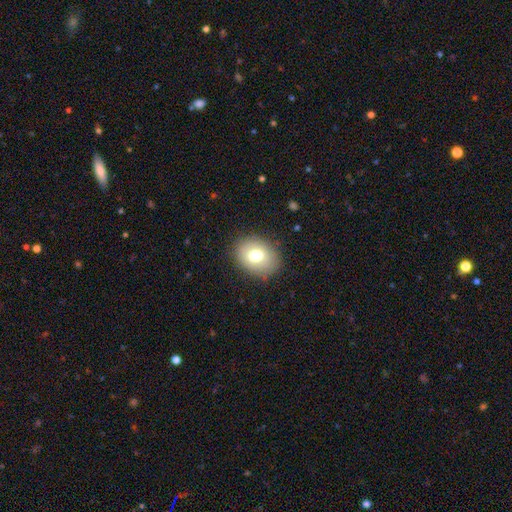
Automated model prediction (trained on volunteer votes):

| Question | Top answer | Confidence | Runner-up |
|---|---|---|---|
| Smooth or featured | smooth | 74% | featured or disk (16%) |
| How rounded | in between | 59% | round (40%) |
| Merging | none | 86% | minor disturbance (10%) |